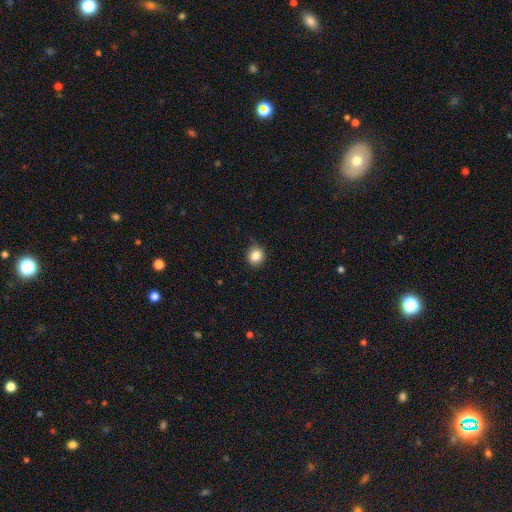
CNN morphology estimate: The model was most divided on "merging": none: 84%, minor disturbance: 13%, major disturbance: 2%, merger: 1%. More confident: how rounded — round (86%); smooth or featured — smooth (85%).